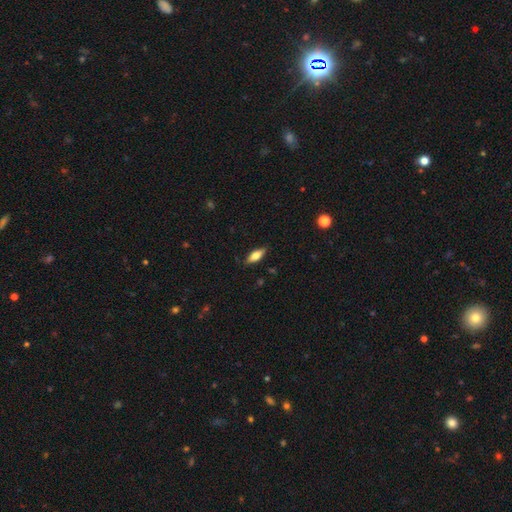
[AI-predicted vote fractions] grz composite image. It shows a smooth galaxy with no disk features (59%) that is in between round and cigar-shaped (65%). Merging: none (86%).